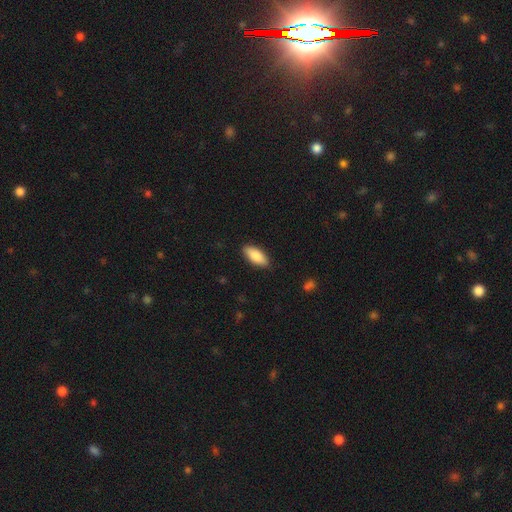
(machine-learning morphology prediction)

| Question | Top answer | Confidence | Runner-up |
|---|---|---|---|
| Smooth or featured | smooth | 85% | featured or disk (10%) |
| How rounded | in between | 84% | cigar-shaped (14%) |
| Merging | none | 88% | minor disturbance (9%) |